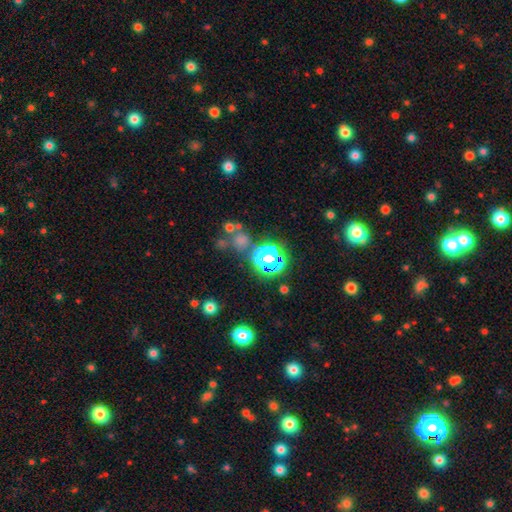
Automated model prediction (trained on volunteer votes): star or artifact 67%, smooth 24%, featured or disk 9%.